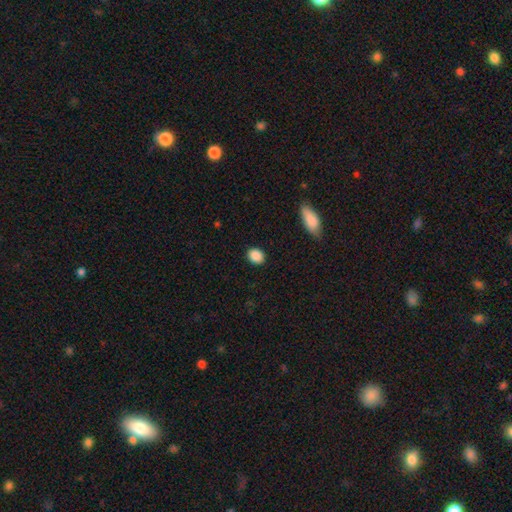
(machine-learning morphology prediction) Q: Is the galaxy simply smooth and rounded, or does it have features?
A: smooth — 89%.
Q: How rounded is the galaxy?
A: in between — 53%.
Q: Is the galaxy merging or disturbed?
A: none — 89%.